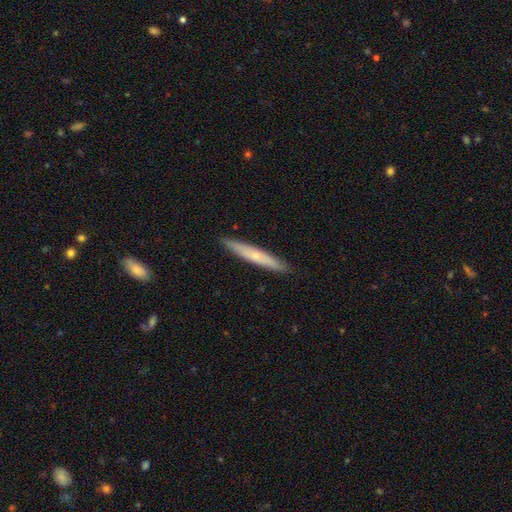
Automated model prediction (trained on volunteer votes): Smooth or featured? smooth (47%, tied with featured or disk)
Merging? none (91%)